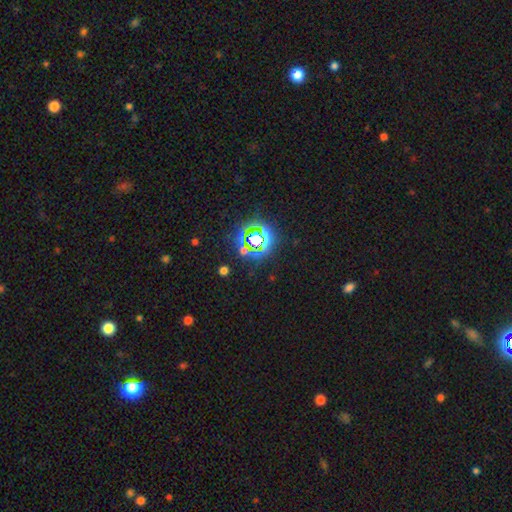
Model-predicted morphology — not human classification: A star or artifact, not a galaxy (77%).

Vote fractions:
- Smooth or featured? star or artifact: 77% / smooth: 16% / featured or disk: 7%